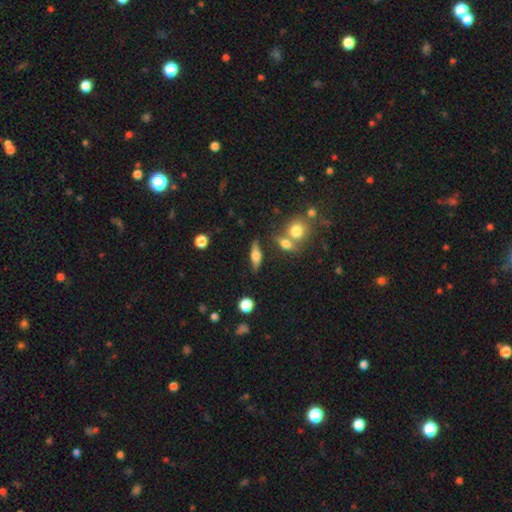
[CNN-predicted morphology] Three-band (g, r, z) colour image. It shows a featured or disk galaxy (46%). Merging: none (73%).